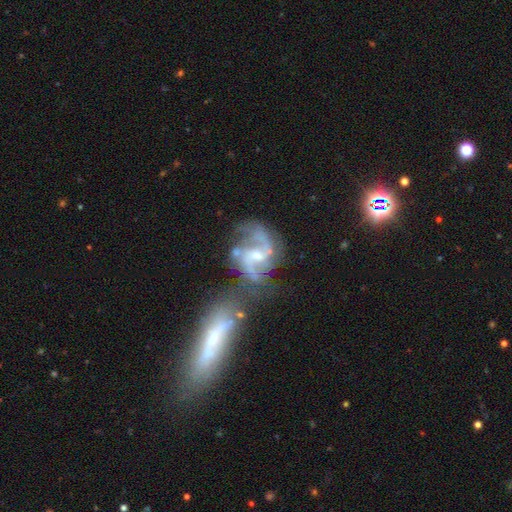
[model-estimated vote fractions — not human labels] smooth-or-featured: featured or disk: 88% | star or artifact: 6% | smooth: 5%
  disk-edge-on: no: 97% | yes: 3%
    bar: weak: 49% | no: 34% | strong: 18%
    has-spiral-arms: yes: 96% | no: 4%
      spiral-winding: medium: 47% | loose: 40% | tight: 13%
      spiral-arm-count: 2: 77% | 3: 8% | can't tell: 7% | 1: 3% | 4: 2% | more than 4: 2%
    bulge-size: small: 47% | moderate: 43% | none: 6% | large: 3% | dominant: 1%
  merging: none: 36% | merger: 33% | minor disturbance: 16% | major disturbance: 15%